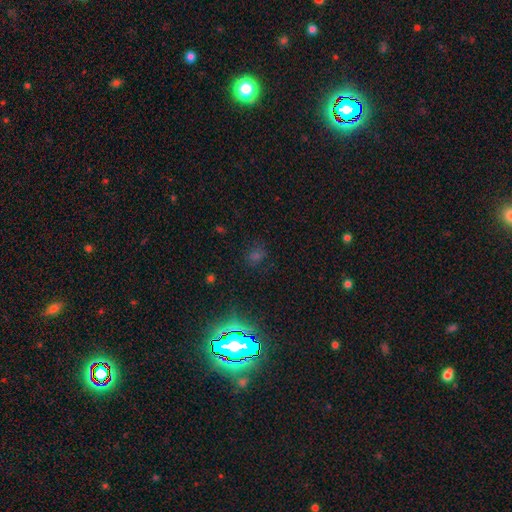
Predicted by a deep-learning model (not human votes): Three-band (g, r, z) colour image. It shows a star or artifact, not a galaxy (55%).